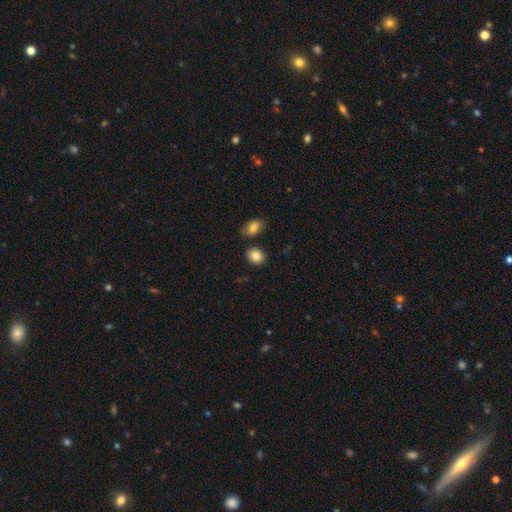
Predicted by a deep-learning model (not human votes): Smooth or featured?
  - smooth: 84% *
  - star or artifact: 9%
  - featured or disk: 7%
How rounded?
  - in between: 53% *
  - round: 46%
  - cigar-shaped: 1%
Merging?
  - none: 82% *
  - minor disturbance: 10%
  - merger: 6%
  - major disturbance: 2%